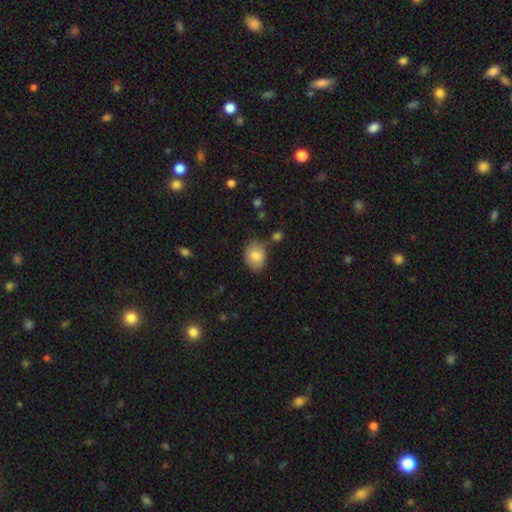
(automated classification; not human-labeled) smooth 84%, featured or disk 9%, star or artifact 7%. Down the decision tree: how rounded — in between (70%); merging — none (70%).